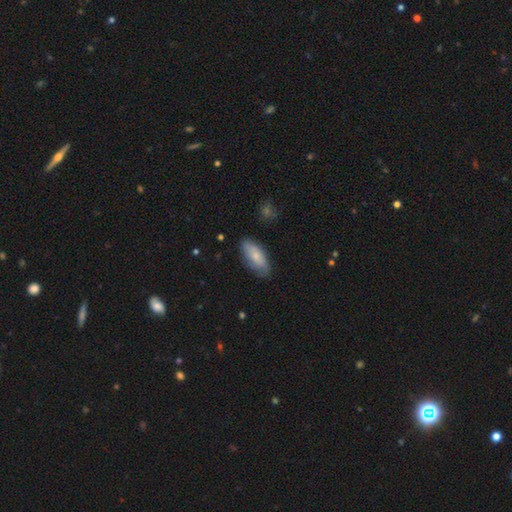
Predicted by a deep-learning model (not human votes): This appears to be a smooth galaxy with no disk features (71%) that is in between round and cigar-shaped (83%). Merging: none (74%).